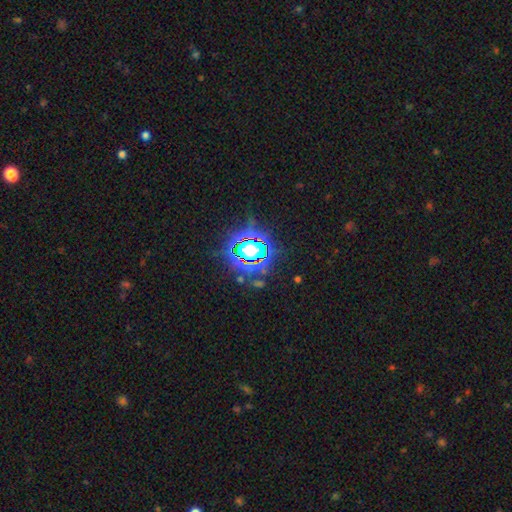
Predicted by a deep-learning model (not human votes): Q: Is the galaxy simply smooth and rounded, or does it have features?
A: star or artifact — 81%.